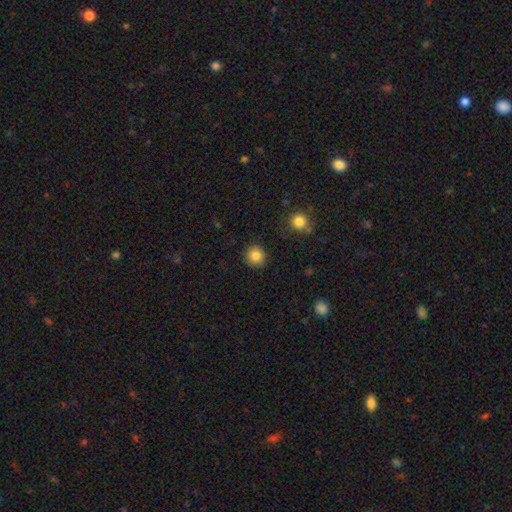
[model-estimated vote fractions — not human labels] This appears to be a smooth galaxy with no disk features (85%) that is round (92%). Merging: none (90%).